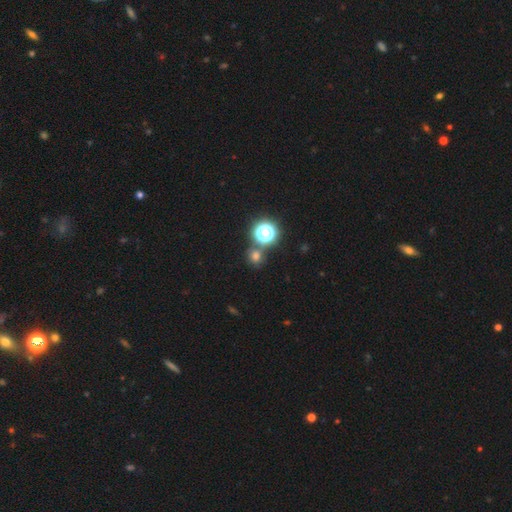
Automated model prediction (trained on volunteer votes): Q: Smooth or featured?
A: smooth (66%); runner-up: star or artifact (28%)
Q: How rounded?
A: round (85%); runner-up: in between (14%)
Q: Merging?
A: none (75%); runner-up: merger (13%)